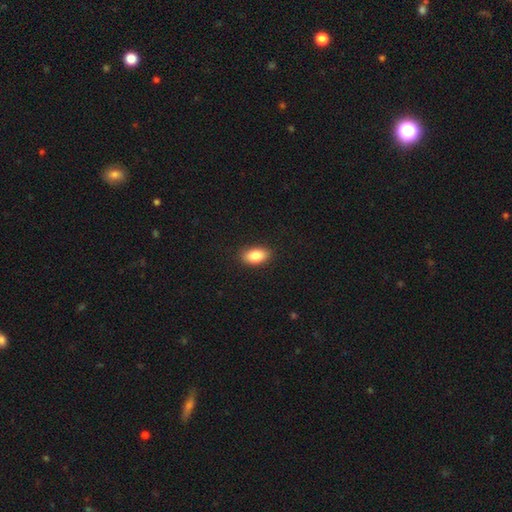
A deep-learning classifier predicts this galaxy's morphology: smooth-or-featured: smooth: 85% | featured or disk: 8% | star or artifact: 7%
  how-rounded: in between: 91% | round: 6% | cigar-shaped: 3%
  merging: none: 89% | minor disturbance: 8% | major disturbance: 2% | merger: 1%